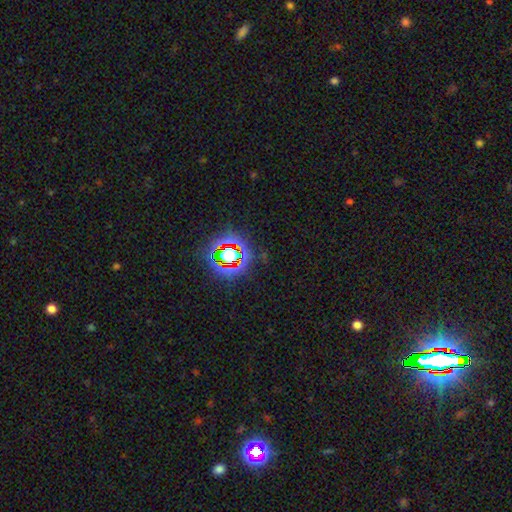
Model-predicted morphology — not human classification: A star or artifact, not a galaxy (79%).